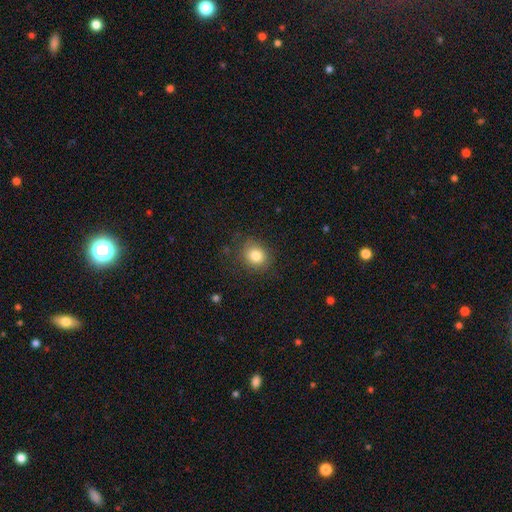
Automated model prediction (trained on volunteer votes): Smooth or featured? smooth (82%)
How rounded? round (69%)
Merging? none (81%)